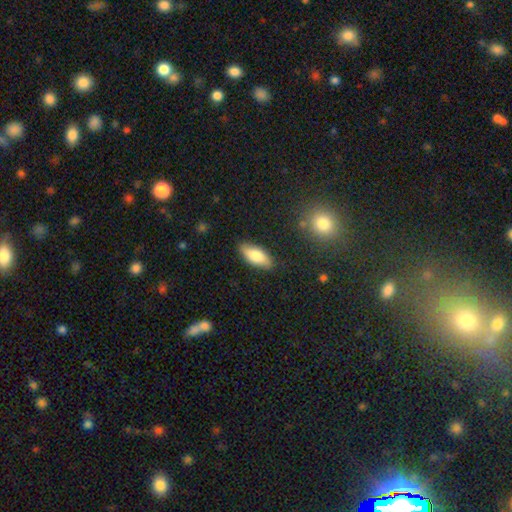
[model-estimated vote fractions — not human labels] Morphology: type=smooth (77%); roundness=in between (80%); merging=none (85%).